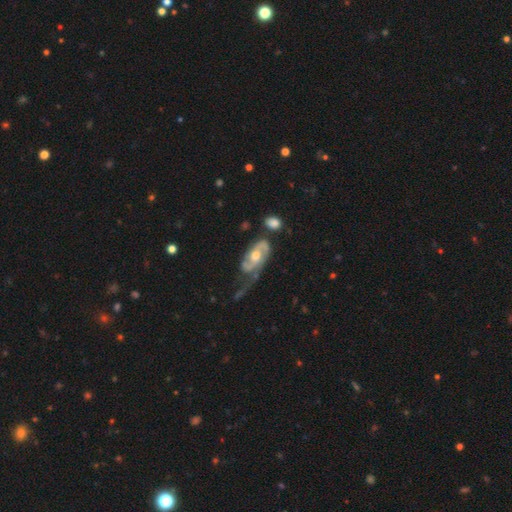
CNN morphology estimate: The model was most divided on "spiral winding": medium: 40%, tight: 39%, loose: 21%. Remaining: edge-on disk — no (94%); spiral arms — yes (92%); smooth or featured — featured or disk (82%); bulge size — moderate (71%); spiral arm count — 2 (69%); bar — no (64%); merging — none (36%).